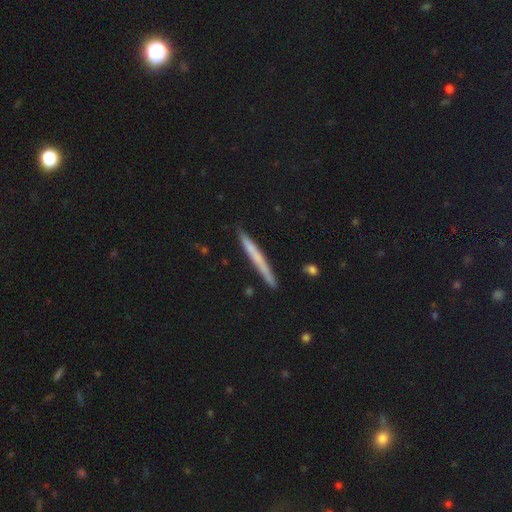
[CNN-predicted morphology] Overall: smooth (56%; featured or disk 37%). How rounded: cigar-shaped (97%). Merging: none (88%).